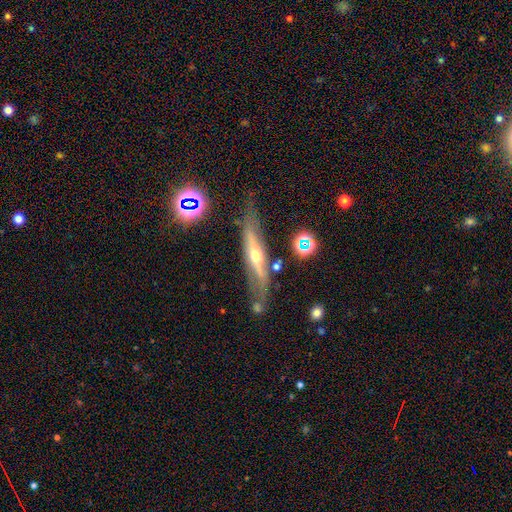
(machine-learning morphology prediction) A featured or disk galaxy (67%) viewed edge-on (79%) with a rounded central bulge (84%). Merging: none (67%).